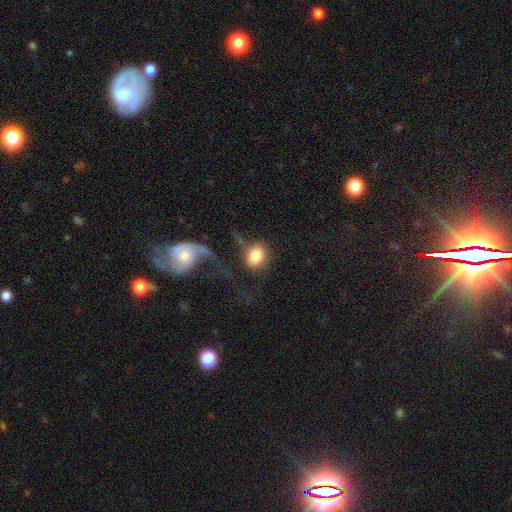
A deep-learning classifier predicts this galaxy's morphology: Smooth or featured?
  - smooth: 75% *
  - featured or disk: 17%
  - star or artifact: 8%
How rounded?
  - round: 53% *
  - in between: 45%
  - cigar-shaped: 2%
Merging?
  - none: 36% *
  - major disturbance: 31%
  - merger: 19%
  - minor disturbance: 14%